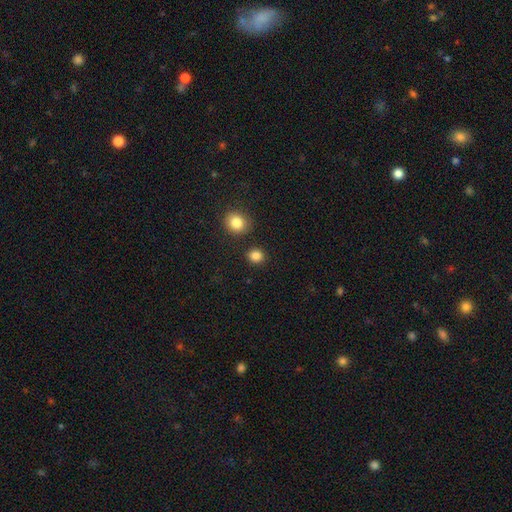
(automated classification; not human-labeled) Morphology: type=smooth (85%); roundness=round (83%); merging=none (87%).